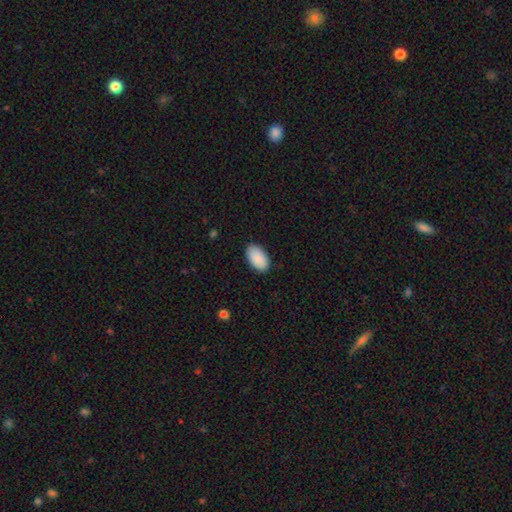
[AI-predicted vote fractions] Smooth or featured? Predicted: smooth (p=0.91). How rounded? Predicted: in between (p=0.96). Merging? Predicted: none (p=0.88).